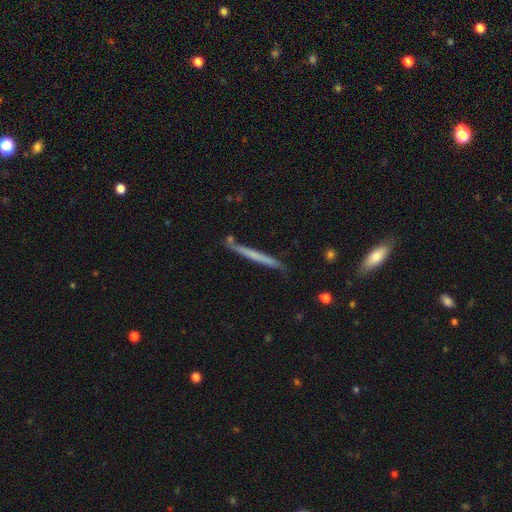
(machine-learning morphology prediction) Smooth or featured: featured or disk — 48% (smooth — 46%)
Merging: none — 81% (minor disturbance — 13%)